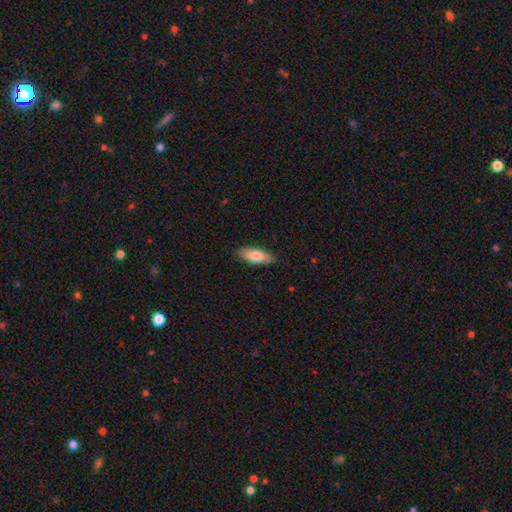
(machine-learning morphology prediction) Smooth or featured?
  - smooth: 77% *
  - featured or disk: 18%
  - star or artifact: 6%
How rounded?
  - in between: 68% *
  - cigar-shaped: 30%
  - round: 2%
Merging?
  - none: 87% *
  - minor disturbance: 10%
  - major disturbance: 2%
  - merger: 1%